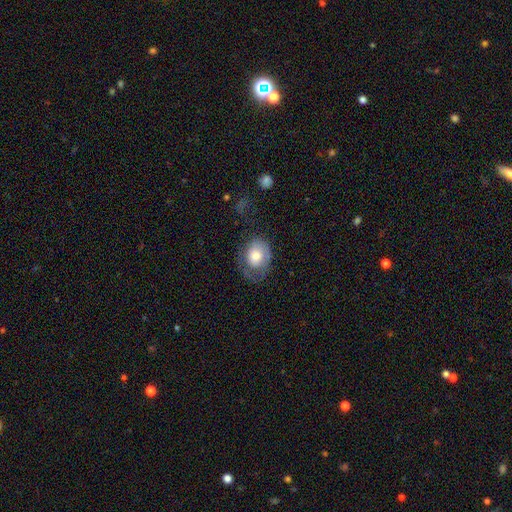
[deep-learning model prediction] This is likely a smooth galaxy (67%). How rounded: possibly in between (57%). Merging: marginally none (42%).